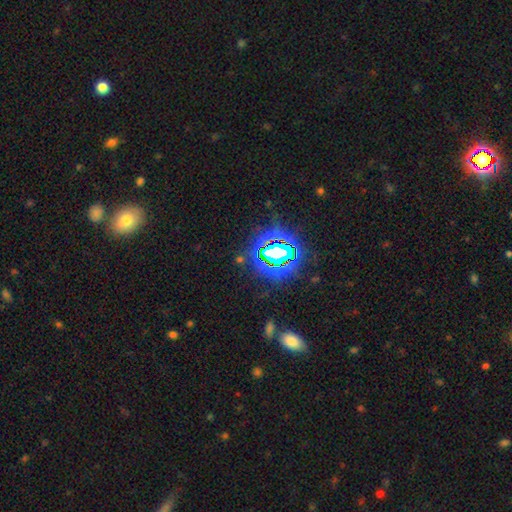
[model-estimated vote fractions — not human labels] star or artifact 80%, smooth 12%, featured or disk 8%.